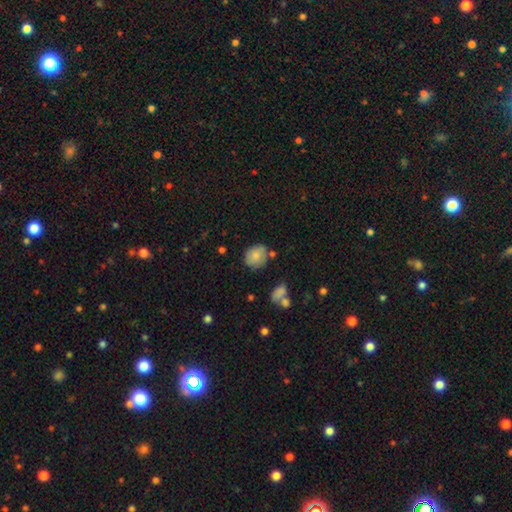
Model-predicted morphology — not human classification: The model was most divided on "how rounded": round: 62%, in between: 37%, cigar-shaped: 1%. More confident: smooth or featured — smooth (80%); merging — none (69%).